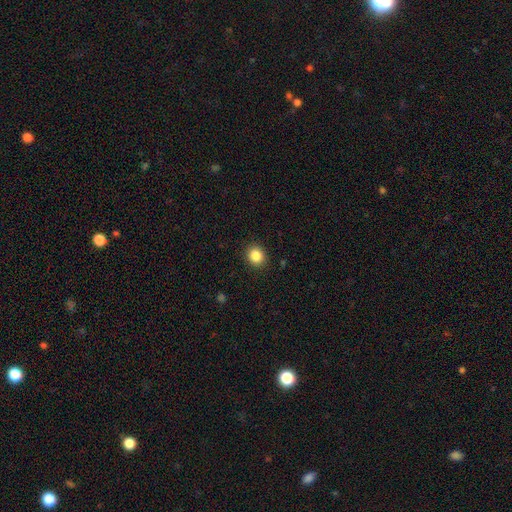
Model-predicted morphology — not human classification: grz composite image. It shows a smooth galaxy with no disk features (86%) that is round (77%). Merging: none (90%).